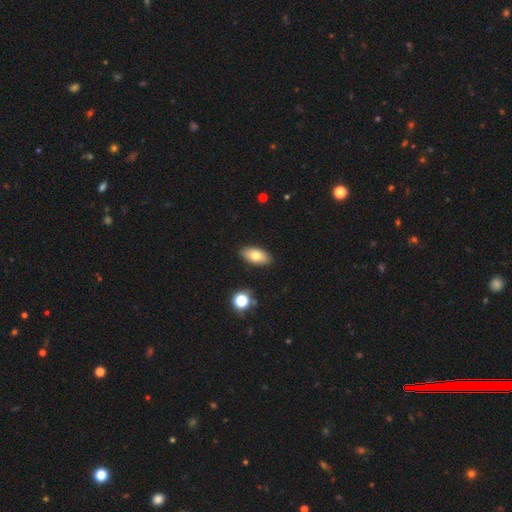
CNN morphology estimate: Smooth or featured? smooth (76%)
How rounded? in between (92%)
Merging? none (88%)